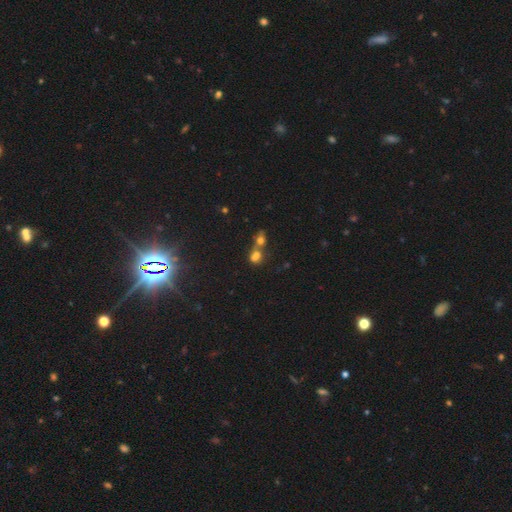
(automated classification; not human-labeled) A smooth galaxy with no disk features (66%) that is round (56%).

Vote fractions:
- Smooth or featured? smooth: 66% / star or artifact: 18% / featured or disk: 16%
- How rounded? round: 56% / in between: 41% / cigar-shaped: 3%
- Merging? merger: 68% / none: 23% / minor disturbance: 6% / major disturbance: 4%